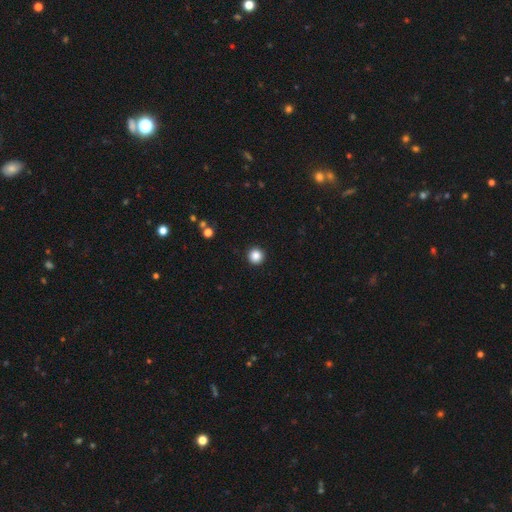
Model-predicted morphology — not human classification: This appears to be a smooth galaxy with no disk features (86%) that is round (96%). Merging: none (94%).